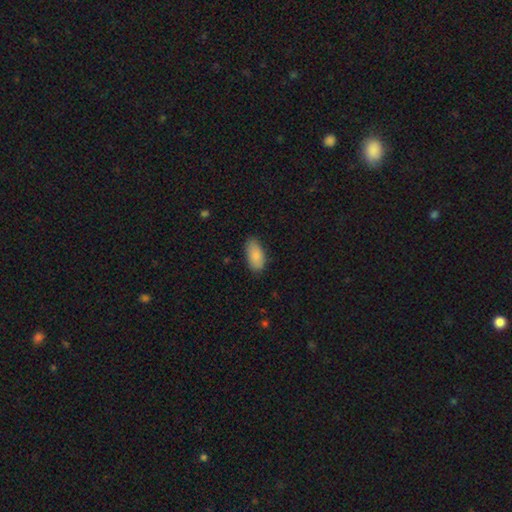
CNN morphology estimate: smooth_or_featured: smooth (p=0.87) [alt: featured or disk p=0.06]
how_rounded: in between (p=0.92) [alt: cigar-shaped p=0.05]
merging: none (p=0.81) [alt: minor disturbance p=0.15]